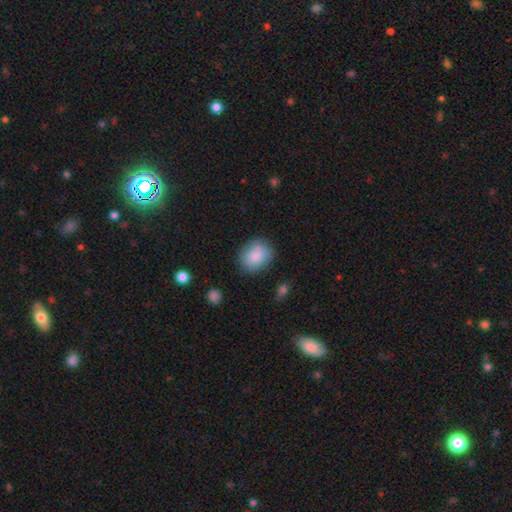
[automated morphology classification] Overall: smooth (86%). How rounded: round (50%; in between 49%). Merging: none (79%).